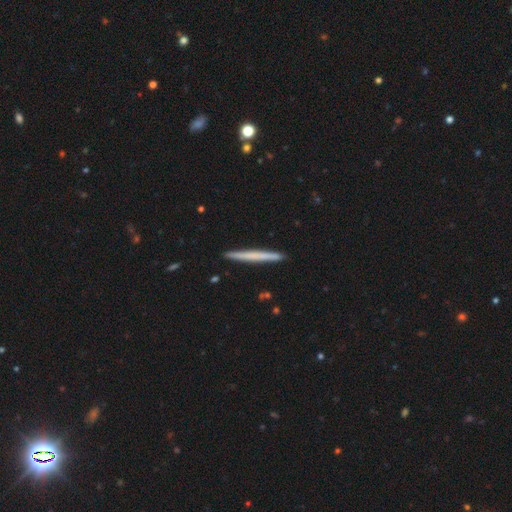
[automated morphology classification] type=smooth (54%); roundness=cigar-shaped (97%); merging=none (92%).